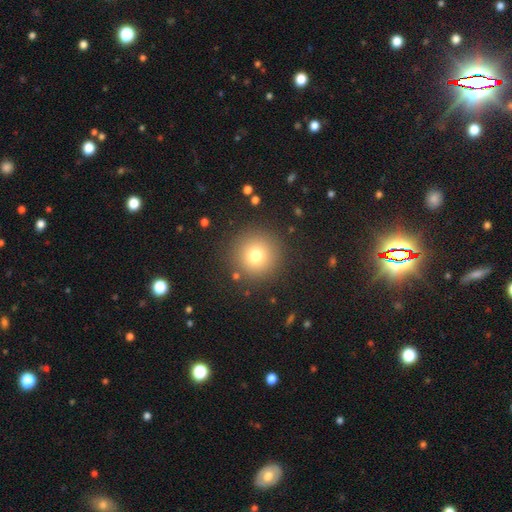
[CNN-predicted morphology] A smooth galaxy with no disk features (75%) that is round (96%).

Vote fractions:
- Smooth or featured? smooth: 75% / star or artifact: 14% / featured or disk: 10%
- How rounded? round: 96% / in between: 3% / cigar-shaped: 1%
- Merging? none: 88% / minor disturbance: 6% / major disturbance: 3% / merger: 2%